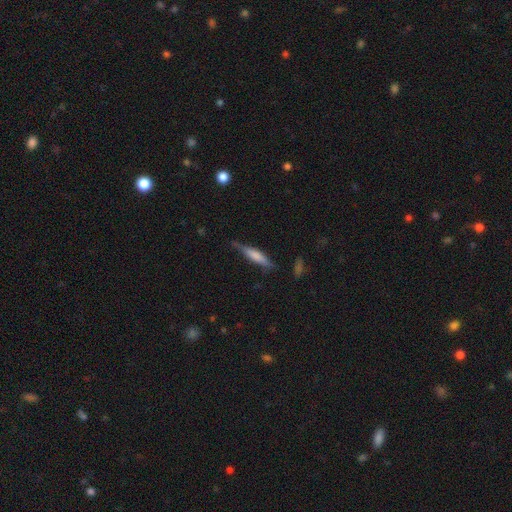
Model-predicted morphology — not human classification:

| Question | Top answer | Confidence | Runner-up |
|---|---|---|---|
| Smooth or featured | smooth | 60% | featured or disk (34%) |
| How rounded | cigar-shaped | 82% | in between (17%) |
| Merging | none | 71% | minor disturbance (22%) |